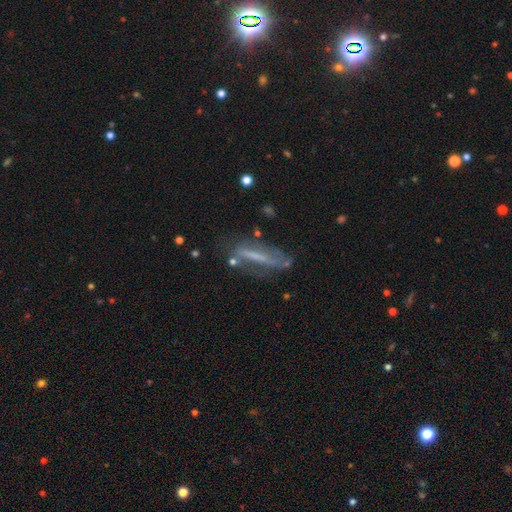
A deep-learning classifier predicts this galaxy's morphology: Smooth or featured?
  - featured or disk: 57% *
  - smooth: 33%
  - star or artifact: 10%
Edge-on disk?
  - yes: 50% * (tied)
  - no: 50% * (tied)
Merging?
  - none: 54% *
  - minor disturbance: 24%
  - major disturbance: 16%
  - merger: 6%